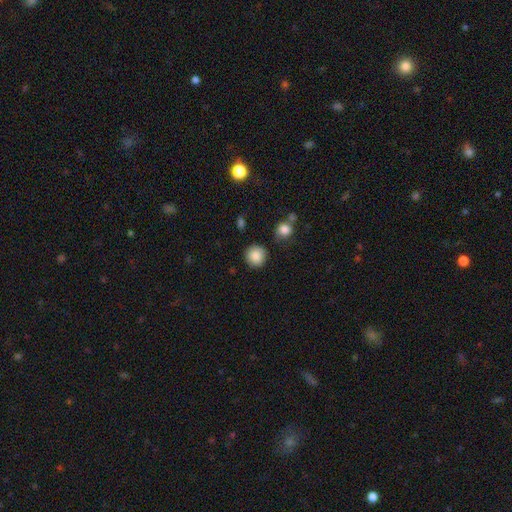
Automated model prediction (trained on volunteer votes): This appears to be a smooth galaxy with no disk features (87%) that is round (93%). Merging: none (87%).